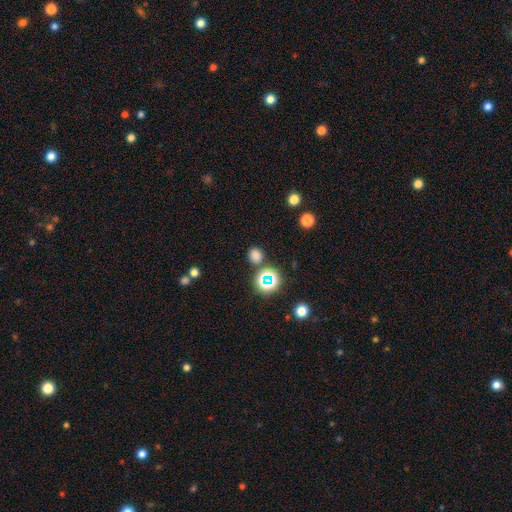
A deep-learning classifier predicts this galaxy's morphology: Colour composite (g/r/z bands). It shows a smooth galaxy with no disk features (70%) that is round (84%). Merging: none (81%).